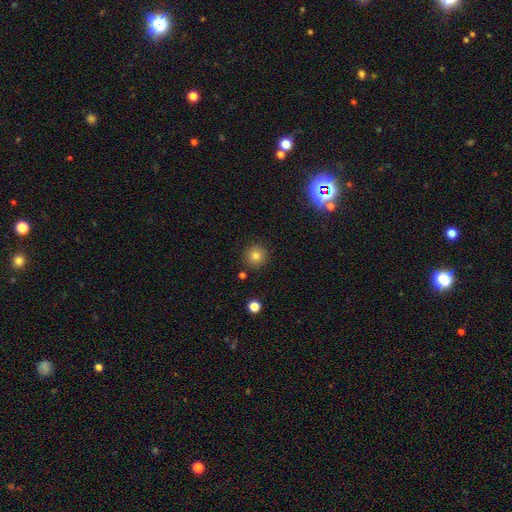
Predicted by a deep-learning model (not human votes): Smooth or featured? Predicted: smooth (p=0.80). How rounded? Predicted: round (p=0.94). Merging? Predicted: none (p=0.89).